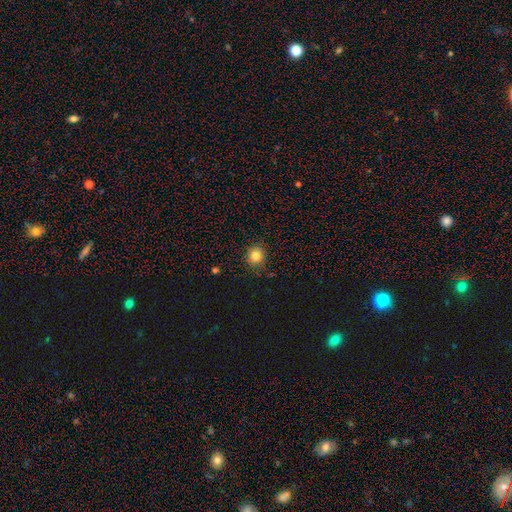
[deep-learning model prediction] Overall: smooth (83%). How rounded: round (88%). Merging: none (87%).